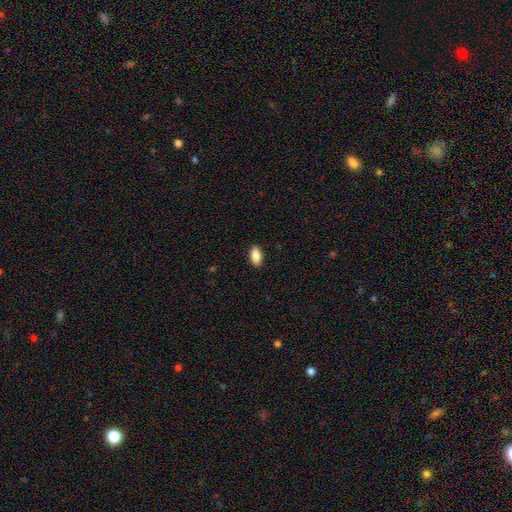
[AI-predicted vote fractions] smooth 86%, featured or disk 7%, star or artifact 7%. Down the decision tree: how rounded — in between (91%); merging — none (89%).